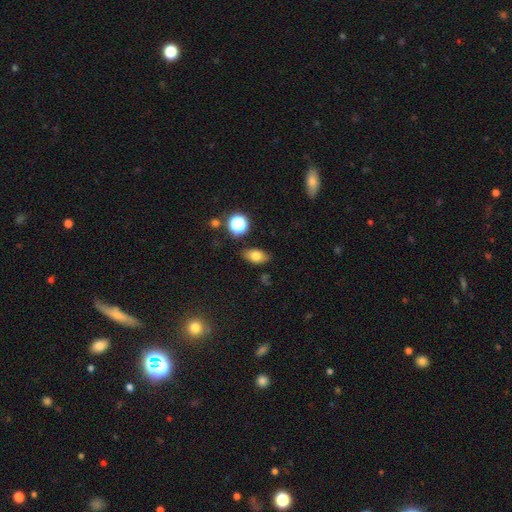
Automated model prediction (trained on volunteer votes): Smooth or featured? Predicted: smooth (p=0.75). How rounded? Predicted: in between (p=0.85). Merging? Predicted: none (p=0.83).